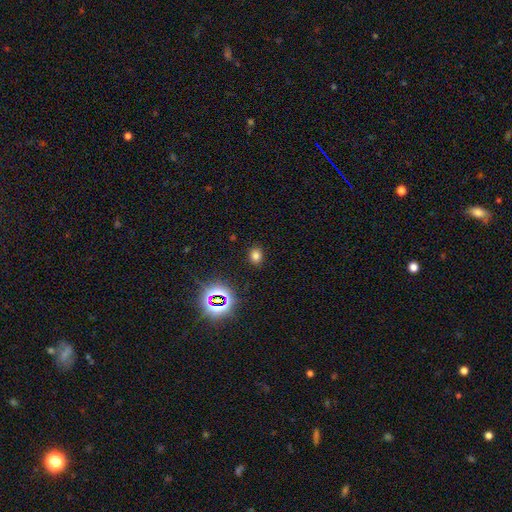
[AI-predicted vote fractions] Overall: smooth (72%). How rounded: round (52%; in between 47%). Merging: none (88%).